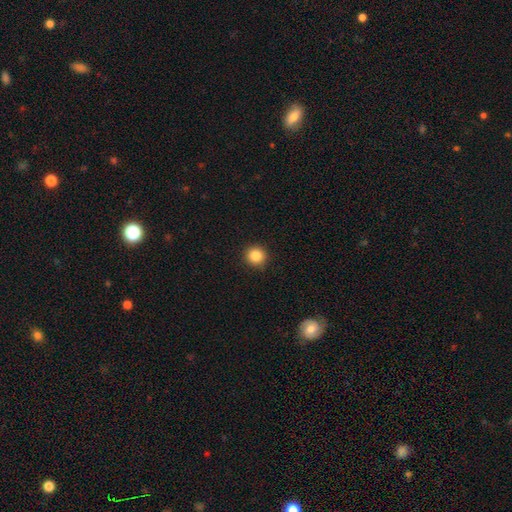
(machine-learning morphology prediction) Smooth or featured? smooth (85%)
How rounded? round (93%)
Merging? none (91%)